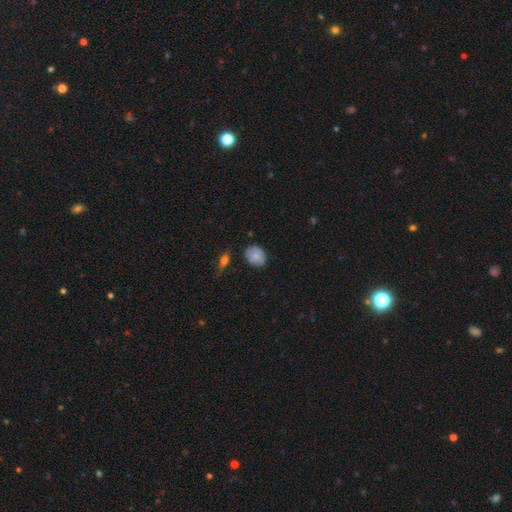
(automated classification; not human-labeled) Overall: smooth (76%). How rounded: in between (53%; round 46%). Merging: none (71%).